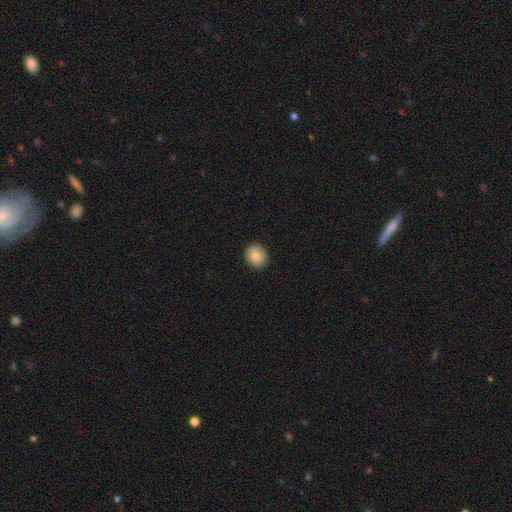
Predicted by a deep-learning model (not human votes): The model was most divided on "how rounded": round: 69%, in between: 30%, cigar-shaped: 1%. More confident: merging — none (88%); smooth or featured — smooth (85%).